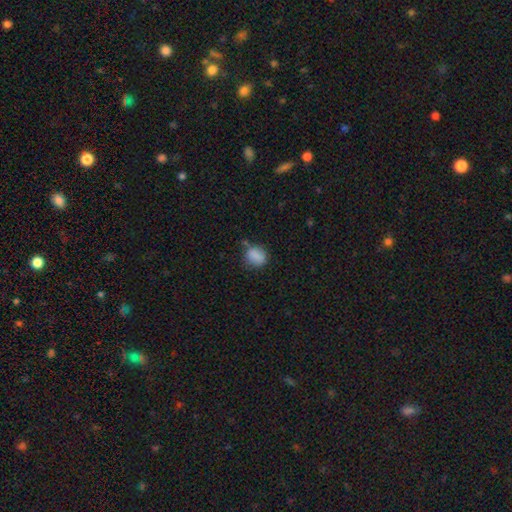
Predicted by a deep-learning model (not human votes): The model was most divided on "how rounded": round: 52%, in between: 46%, cigar-shaped: 1%. More confident: smooth or featured — smooth (85%); merging — none (65%).